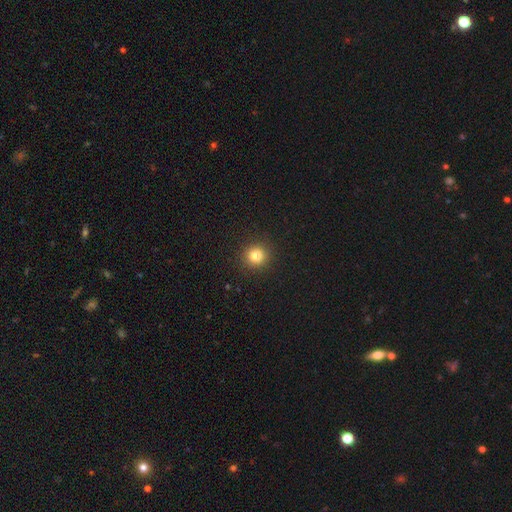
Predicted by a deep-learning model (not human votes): Overall: smooth (81%). How rounded: round (93%). Merging: none (92%).